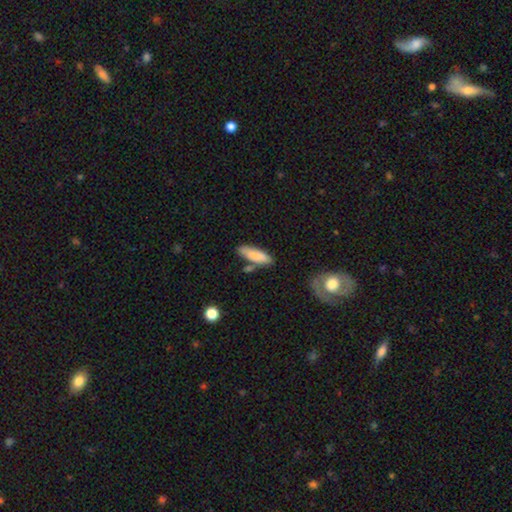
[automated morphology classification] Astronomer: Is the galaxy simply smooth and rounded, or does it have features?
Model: smooth — 82%.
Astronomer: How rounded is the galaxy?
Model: in between — 50% (runner-up: cigar-shaped, 48%).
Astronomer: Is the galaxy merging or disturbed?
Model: none — 68%.